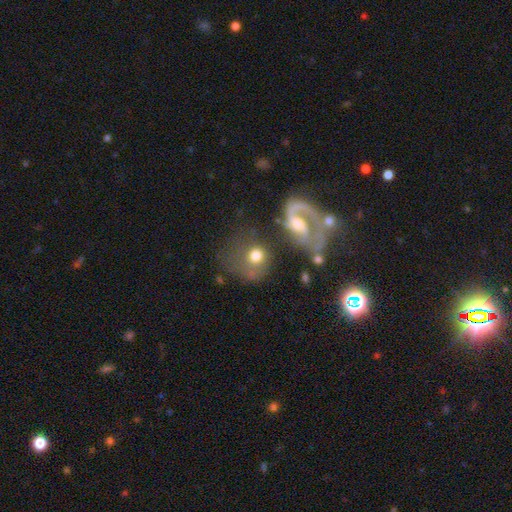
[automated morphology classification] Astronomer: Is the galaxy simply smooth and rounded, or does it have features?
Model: smooth — 57% (runner-up: featured or disk, 33%).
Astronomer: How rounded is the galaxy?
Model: round — 76%.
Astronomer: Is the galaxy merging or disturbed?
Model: none — 39% (runner-up: merger, 26%).